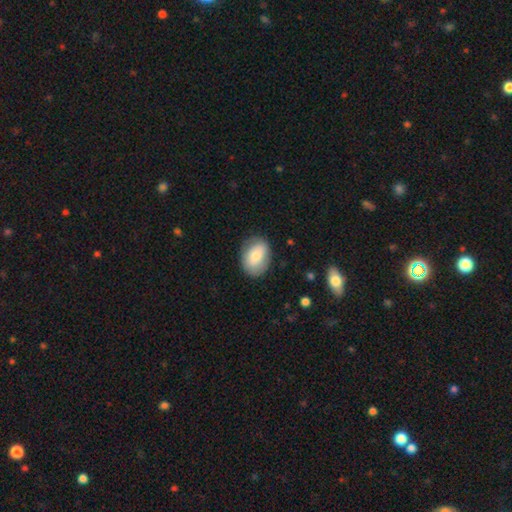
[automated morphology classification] Q: Smooth or featured?
A: smooth (78%); runner-up: featured or disk (15%)
Q: How rounded?
A: in between (82%); runner-up: round (17%)
Q: Merging?
A: none (80%); runner-up: minor disturbance (15%)